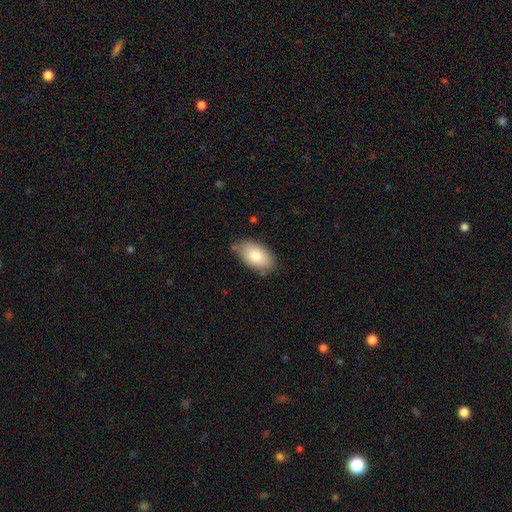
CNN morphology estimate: This appears to be a smooth galaxy with no disk features (82%) that is in between round and cigar-shaped (94%). Merging: none (76%).